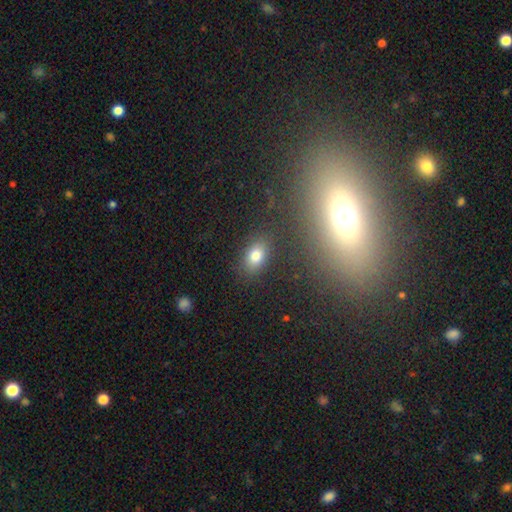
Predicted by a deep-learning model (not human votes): Q: Smooth or featured?
A: smooth (79%); runner-up: star or artifact (12%)
Q: How rounded?
A: in between (79%); runner-up: round (18%)
Q: Merging?
A: none (83%); runner-up: minor disturbance (10%)